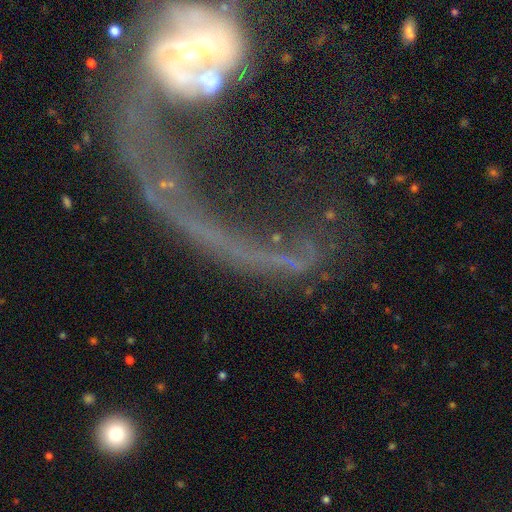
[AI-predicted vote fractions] The model was most divided on "smooth or featured": star or artifact: 46%, featured or disk: 35%, smooth: 19%.